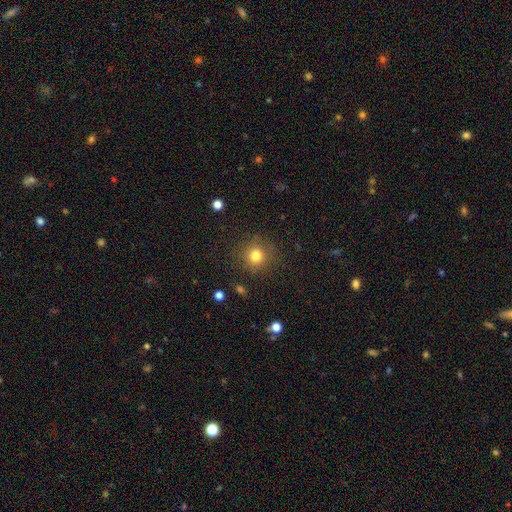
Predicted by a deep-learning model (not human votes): Overall: smooth (79%). How rounded: round (92%). Merging: none (85%).